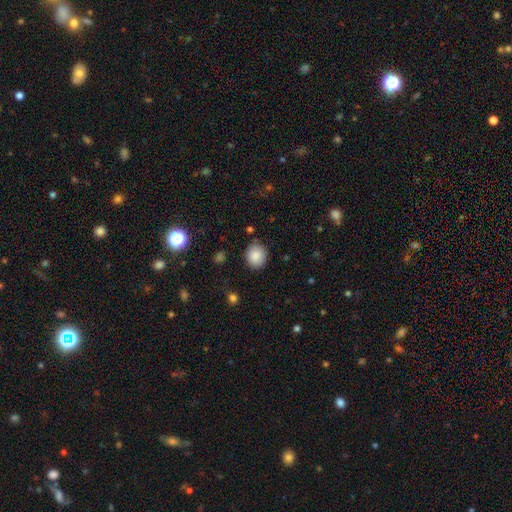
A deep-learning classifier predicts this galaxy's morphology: A smooth galaxy with no disk features (86%) that is round (77%).

Vote fractions:
- Smooth or featured? smooth: 86% / star or artifact: 9% / featured or disk: 5%
- How rounded? round: 77% / in between: 22% / cigar-shaped: 1%
- Merging? none: 87% / minor disturbance: 9% / major disturbance: 2% / merger: 2%